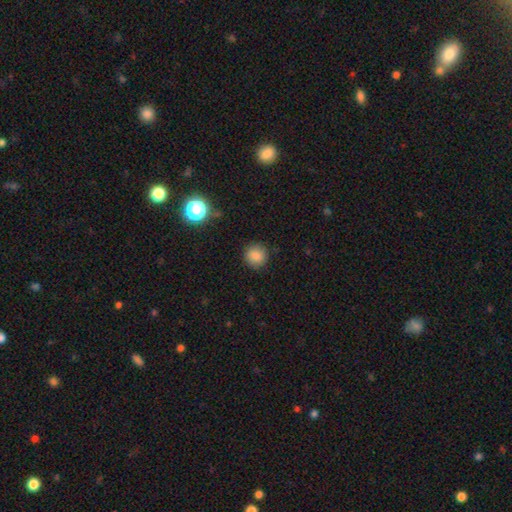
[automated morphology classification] Smooth or featured: smooth — 84% (star or artifact — 12%)
How rounded: round — 92% (in between — 7%)
Merging: none — 89% (minor disturbance — 7%)